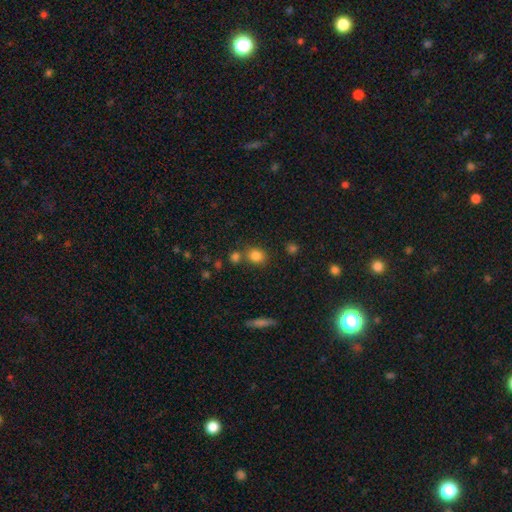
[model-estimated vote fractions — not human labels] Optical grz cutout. It shows a smooth galaxy with no disk features (82%) that is round (66%). Merging: none (66%).